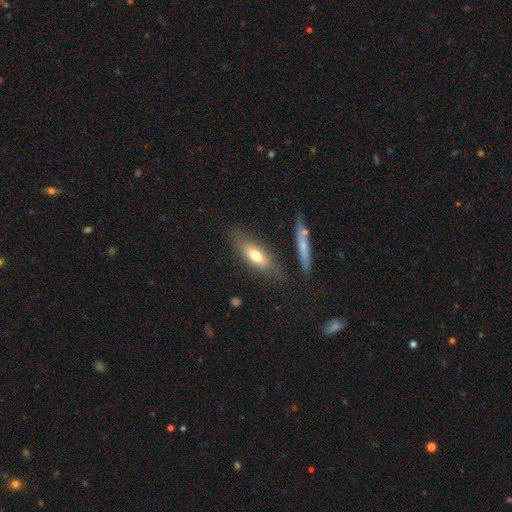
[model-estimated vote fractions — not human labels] Smooth or featured? Predicted: smooth (p=0.65). How rounded? Predicted: in between (p=0.59). Merging? Predicted: none (p=0.73).